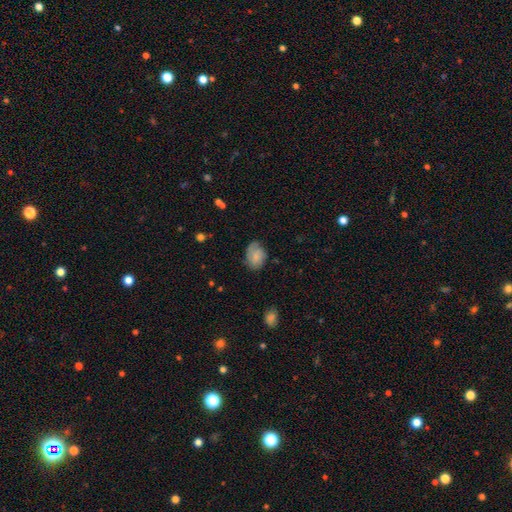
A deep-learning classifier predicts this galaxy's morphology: Smooth or featured? Predicted: smooth (p=0.67). How rounded? Predicted: in between (p=0.76). Merging? Predicted: none (p=0.64).